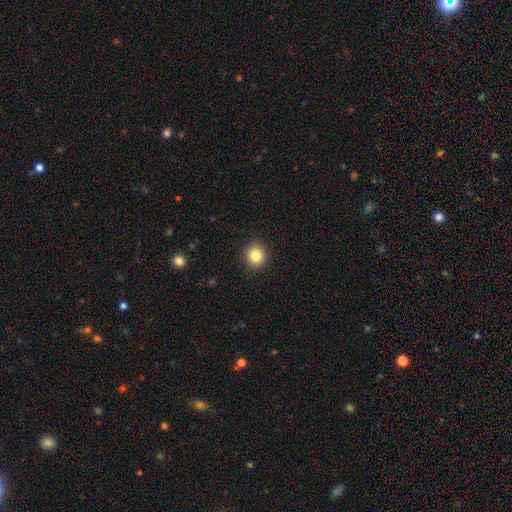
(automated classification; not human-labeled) smooth_or_featured: smooth (p=0.84) [alt: star or artifact p=0.10]
how_rounded: round (p=0.90) [alt: in between p=0.09]
merging: none (p=0.92) [alt: minor disturbance p=0.06]